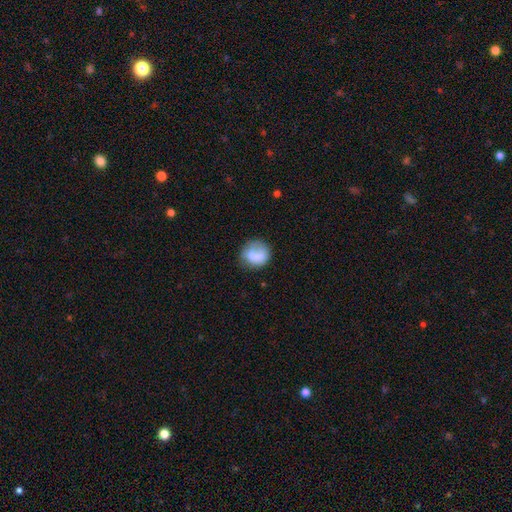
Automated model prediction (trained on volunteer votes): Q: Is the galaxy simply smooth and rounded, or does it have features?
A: smooth — 75%.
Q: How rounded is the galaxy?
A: round — 83%.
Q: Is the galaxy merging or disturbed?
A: none — 59%.